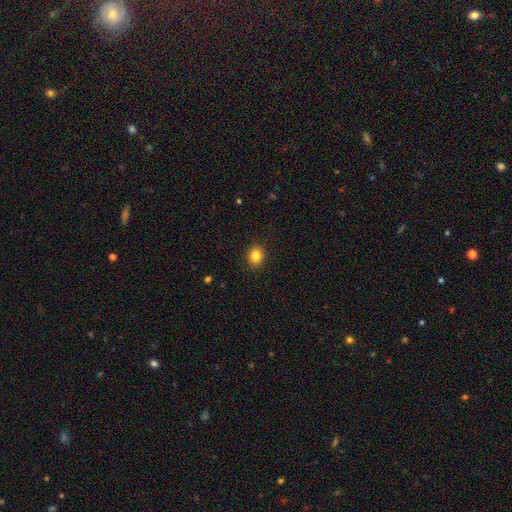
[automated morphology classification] Q: Smooth or featured?
A: smooth (84%); runner-up: star or artifact (10%)
Q: How rounded?
A: round (58%); runner-up: in between (41%)
Q: Merging?
A: none (90%); runner-up: minor disturbance (7%)